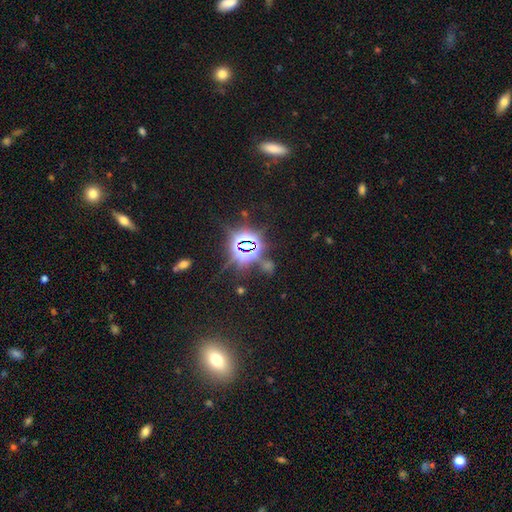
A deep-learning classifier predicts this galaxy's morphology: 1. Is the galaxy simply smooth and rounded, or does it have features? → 71% star or artifact, 18% smooth, 11% featured or disk.